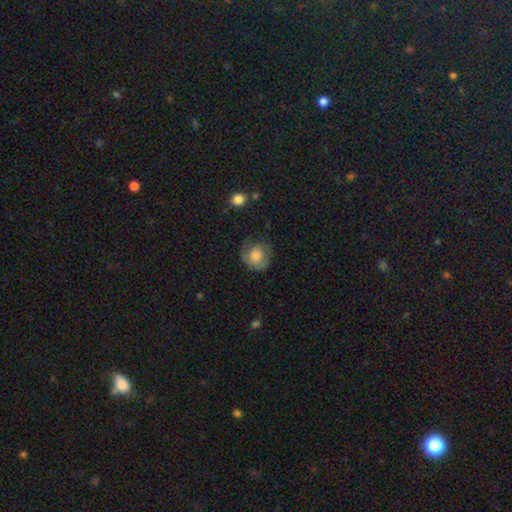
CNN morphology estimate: Smooth or featured?
  - smooth: 73% *
  - featured or disk: 19%
  - star or artifact: 8%
How rounded?
  - round: 83% *
  - in between: 16%
  - cigar-shaped: 1%
Merging?
  - none: 60% *
  - minor disturbance: 26%
  - major disturbance: 13%
  - merger: 1%